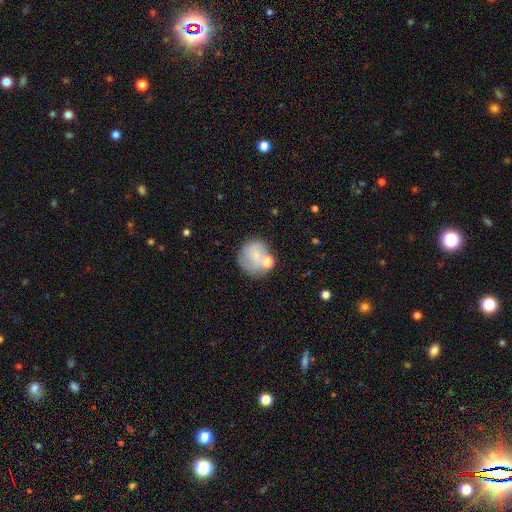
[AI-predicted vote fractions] Overall: smooth (64%; featured or disk 26%). How rounded: round (83%). Merging: none (53%; merger 20%).